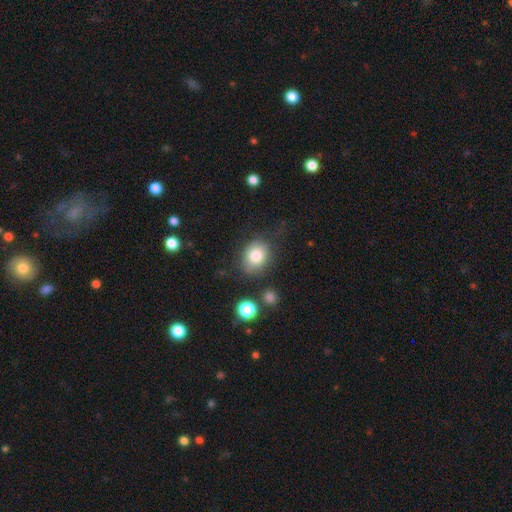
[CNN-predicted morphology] smooth-or-featured: smooth: 81% | featured or disk: 10% | star or artifact: 9%
  how-rounded: round: 50% | in between: 49% | cigar-shaped: 1%
  merging: none: 69% | minor disturbance: 19% | major disturbance: 8% | merger: 4%